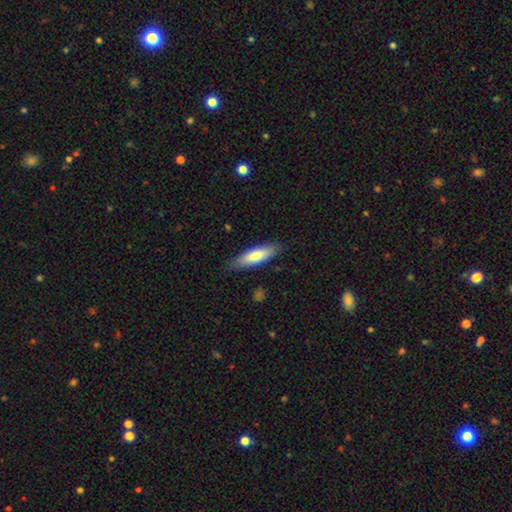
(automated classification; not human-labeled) A smooth galaxy with no disk features (74%) that is cigar-shaped (52%). Merging: none (84%).